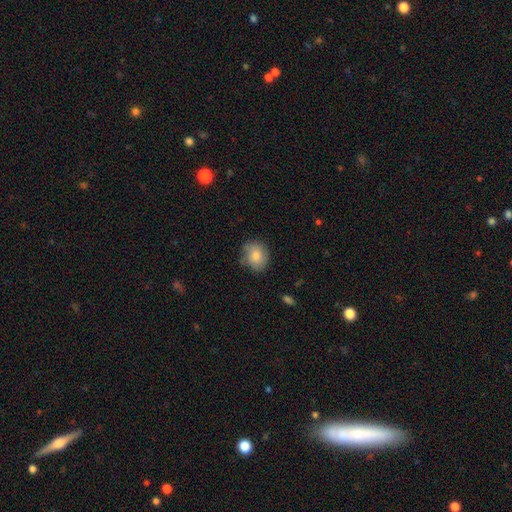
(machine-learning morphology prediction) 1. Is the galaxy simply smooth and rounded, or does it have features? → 81% smooth, 12% featured or disk, 7% star or artifact.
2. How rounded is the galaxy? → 66% round, 33% in between, 1% cigar-shaped.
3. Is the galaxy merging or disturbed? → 72% none, 22% minor disturbance, 5% major disturbance, 2% merger.